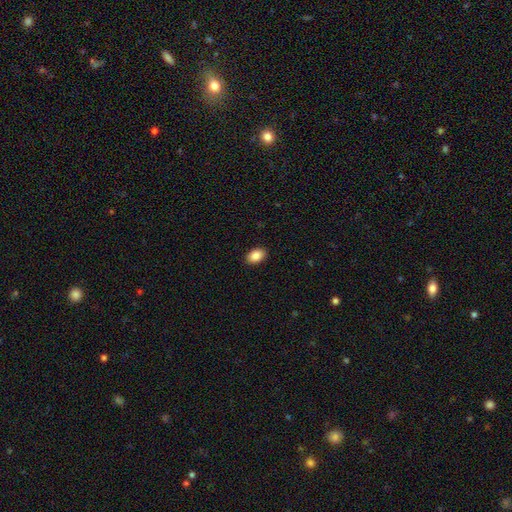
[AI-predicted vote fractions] This appears to be a smooth galaxy with no disk features (88%) that is in between round and cigar-shaped (86%). Merging: none (91%).